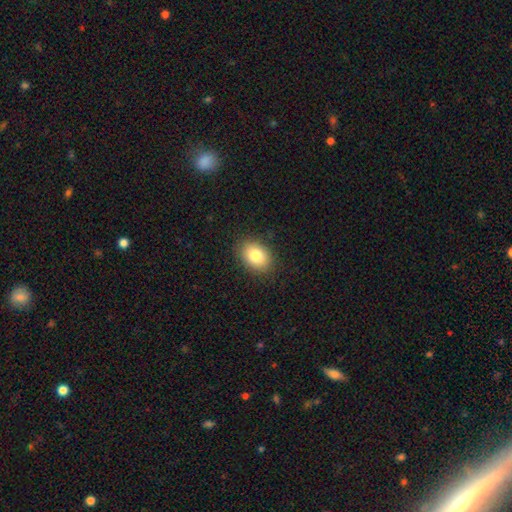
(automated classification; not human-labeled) Smooth or featured?
  - smooth: 83% *
  - featured or disk: 9%
  - star or artifact: 8%
How rounded?
  - in between: 71% *
  - round: 28%
  - cigar-shaped: 1%
Merging?
  - none: 87% *
  - minor disturbance: 9%
  - major disturbance: 3%
  - merger: 1%